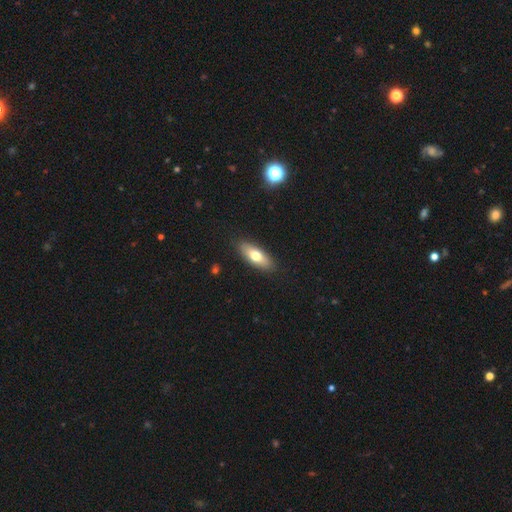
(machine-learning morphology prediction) The model was most divided on "smooth or featured": smooth: 69%, featured or disk: 25%, star or artifact: 6%. More confident: merging — none (88%); how rounded — in between (72%).